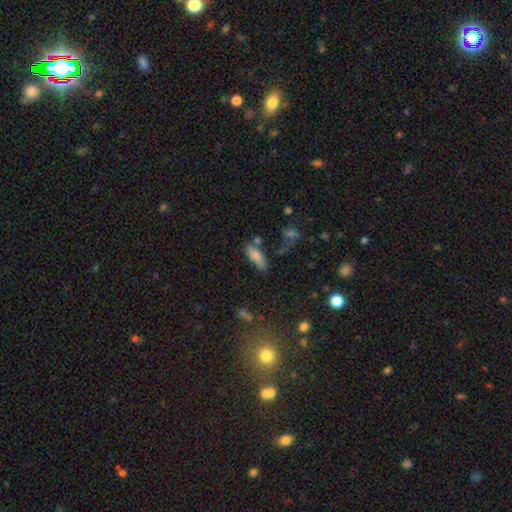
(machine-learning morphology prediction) A smooth galaxy with no disk features (79%) that is in between round and cigar-shaped (69%).

Vote fractions:
- Smooth or featured? smooth: 79% / featured or disk: 12% / star or artifact: 9%
- How rounded? in between: 69% / cigar-shaped: 29% / round: 3%
- Merging? none: 59% / minor disturbance: 19% / merger: 14% / major disturbance: 8%